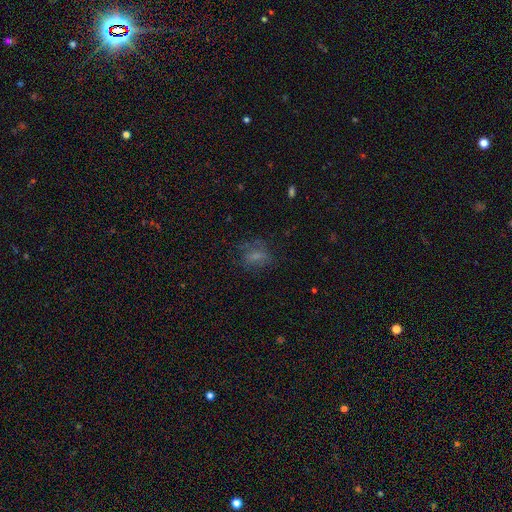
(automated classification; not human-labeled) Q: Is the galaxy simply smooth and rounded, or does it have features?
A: smooth — 55%.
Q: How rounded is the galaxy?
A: in between — 59%.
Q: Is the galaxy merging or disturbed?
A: none — 55%.